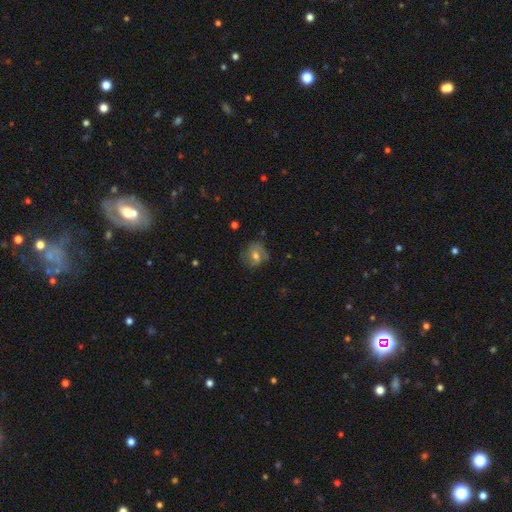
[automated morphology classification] Q: Smooth or featured?
A: smooth (50%); runner-up: featured or disk (40%)
Q: Merging?
A: none (64%); runner-up: minor disturbance (24%)